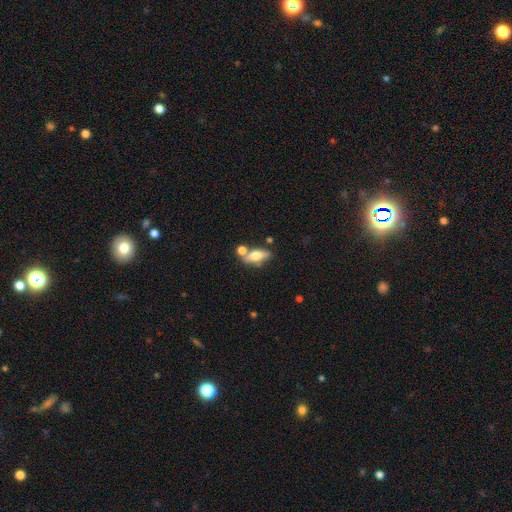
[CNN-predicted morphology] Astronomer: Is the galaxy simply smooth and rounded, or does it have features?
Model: smooth — 56% (runner-up: featured or disk, 36%).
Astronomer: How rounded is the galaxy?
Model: in between — 65%.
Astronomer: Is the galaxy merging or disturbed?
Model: none — 55%.